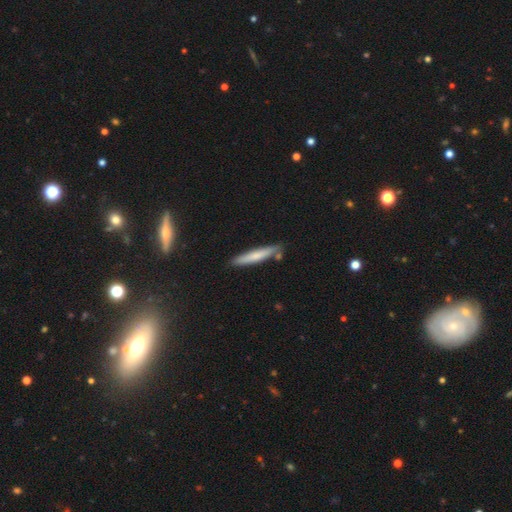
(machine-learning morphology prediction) A smooth galaxy with no disk features (66%) that is cigar-shaped (93%). Merging: none (81%).